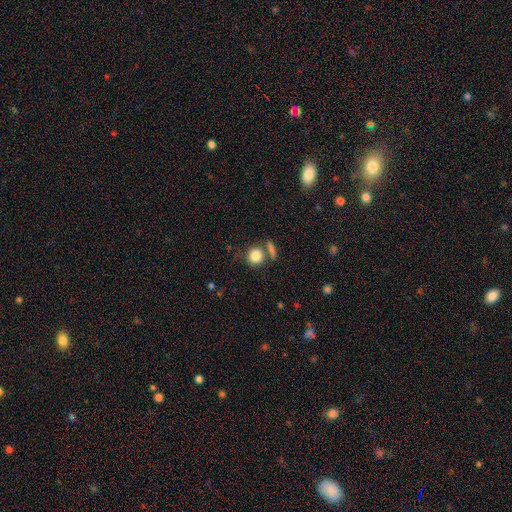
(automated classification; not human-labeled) The model was most divided on "merging": none: 61%, merger: 20%, minor disturbance: 13%, major disturbance: 6%. More confident: smooth or featured — smooth (84%); how rounded — round (80%).